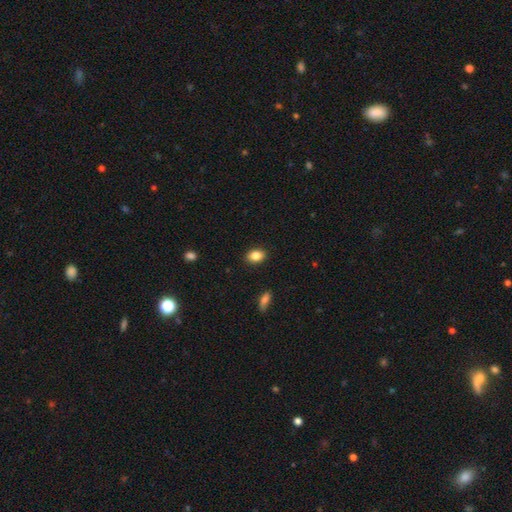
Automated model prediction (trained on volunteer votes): A smooth galaxy with no disk features (85%) that is in between round and cigar-shaped (78%).

Vote fractions:
- Smooth or featured? smooth: 85% / star or artifact: 8% / featured or disk: 6%
- How rounded? in between: 78% / round: 20% / cigar-shaped: 1%
- Merging? none: 89% / minor disturbance: 8% / major disturbance: 2% / merger: 1%